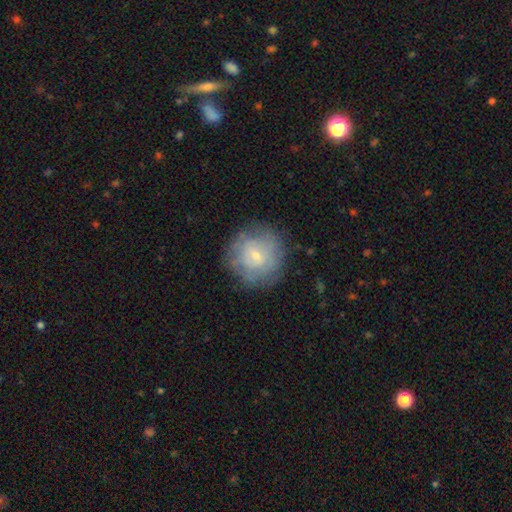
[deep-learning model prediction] smooth 53%, featured or disk 39%, star or artifact 9%. Down the decision tree: how rounded — round (90%); merging — none (76%).